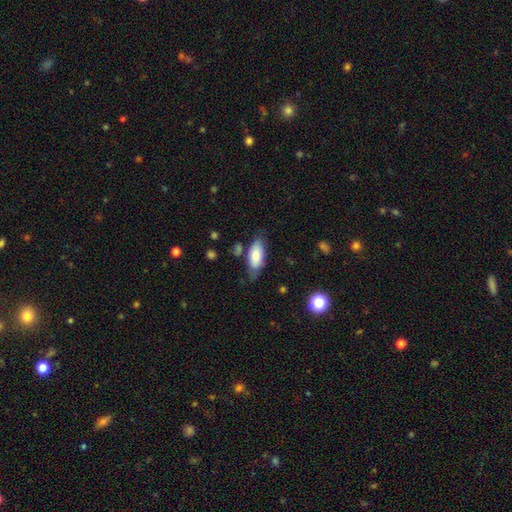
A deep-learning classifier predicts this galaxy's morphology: Smooth or featured: smooth — 78% (featured or disk — 15%)
How rounded: in between — 83% (cigar-shaped — 15%)
Merging: none — 65% (minor disturbance — 24%)